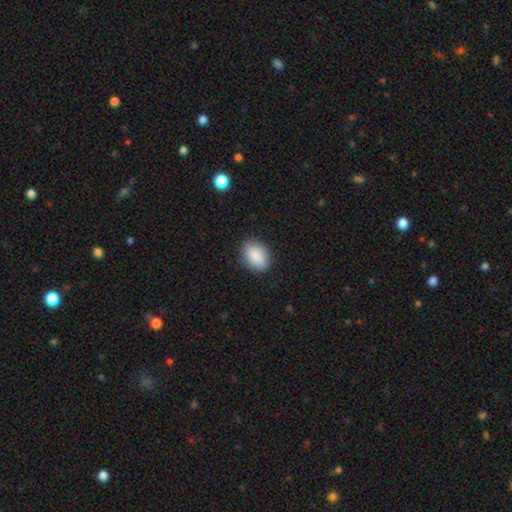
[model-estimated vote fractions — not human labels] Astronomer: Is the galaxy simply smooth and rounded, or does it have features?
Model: smooth — 88%.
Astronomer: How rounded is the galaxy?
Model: in between — 81%.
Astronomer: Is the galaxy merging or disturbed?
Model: none — 84%.